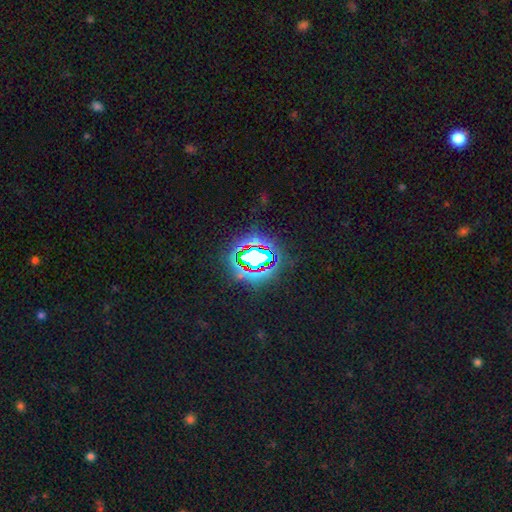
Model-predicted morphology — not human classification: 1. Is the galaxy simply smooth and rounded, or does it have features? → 70% star or artifact, 18% smooth, 13% featured or disk.